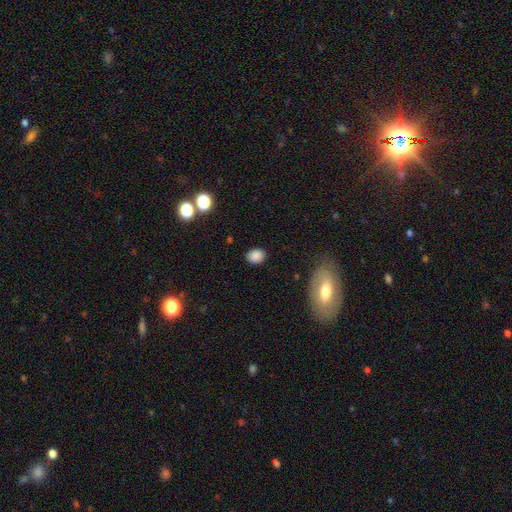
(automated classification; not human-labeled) Smooth or featured: smooth — 86% (star or artifact — 10%)
How rounded: in between — 56% (round — 43%)
Merging: none — 86% (minor disturbance — 10%)